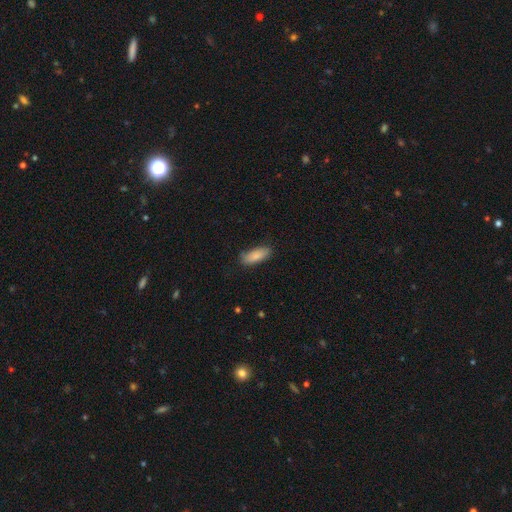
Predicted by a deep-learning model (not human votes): smooth_or_featured: smooth (p=0.86) [alt: featured or disk p=0.08]
how_rounded: in between (p=0.70) [alt: cigar-shaped p=0.29]
merging: none (p=0.80) [alt: minor disturbance p=0.16]